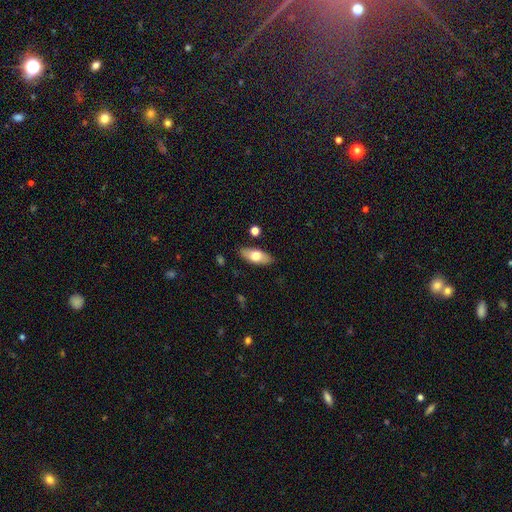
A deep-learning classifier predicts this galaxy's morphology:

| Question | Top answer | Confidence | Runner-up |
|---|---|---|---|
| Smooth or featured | smooth | 69% | featured or disk (25%) |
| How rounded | in between | 83% | cigar-shaped (14%) |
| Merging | none | 86% | minor disturbance (10%) |